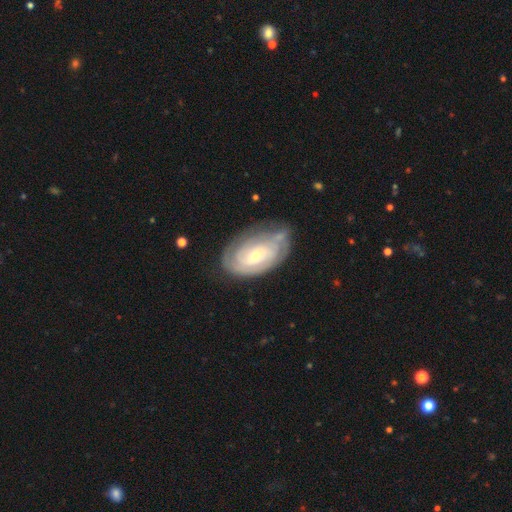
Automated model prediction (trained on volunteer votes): Overall: featured or disk (76%). Edge-on disk: no (95%). Bar: no (54%; weak 37%). Spiral arms: yes (89%). Spiral arm count: can't tell (47%; 2 27%). Spiral winding: tight (72%). Bulge size: small (62%; moderate 33%). Merging: none (63%; minor disturbance 25%).